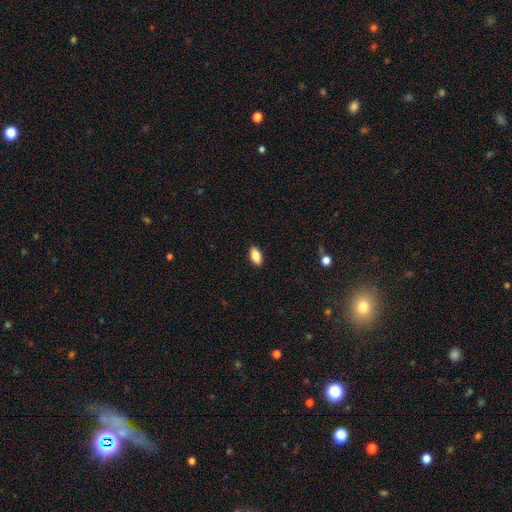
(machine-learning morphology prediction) Smooth or featured: smooth — 84% (featured or disk — 8%)
How rounded: in between — 90% (cigar-shaped — 7%)
Merging: none — 89% (minor disturbance — 8%)